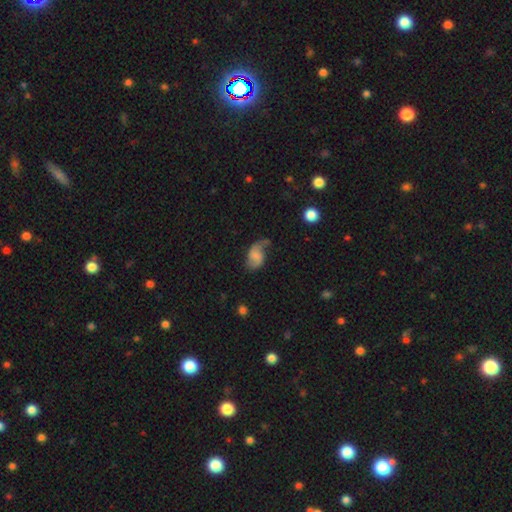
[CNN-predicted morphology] type=featured or disk (62%); edge-on=no (97%); bar=no (46%); spiral arms=yes (90%); winding=loose (63%); arm count=2 (83%); bulge=small (39%); merging=none (48%).